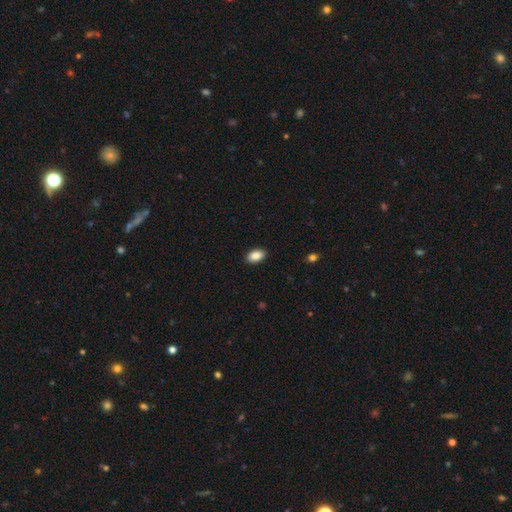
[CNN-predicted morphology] Smooth or featured? Predicted: smooth (p=0.88). How rounded? Predicted: in between (p=0.93). Merging? Predicted: none (p=0.90).